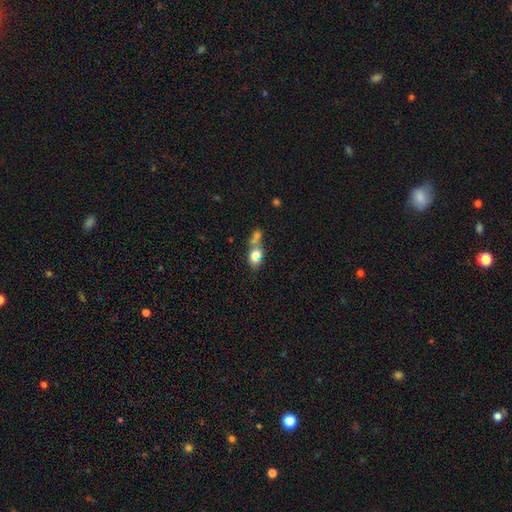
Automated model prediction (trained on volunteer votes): The model was most divided on "how rounded": in between: 56%, round: 41%, cigar-shaped: 4%. Remaining: smooth or featured — smooth (72%); merging — merger (48%).